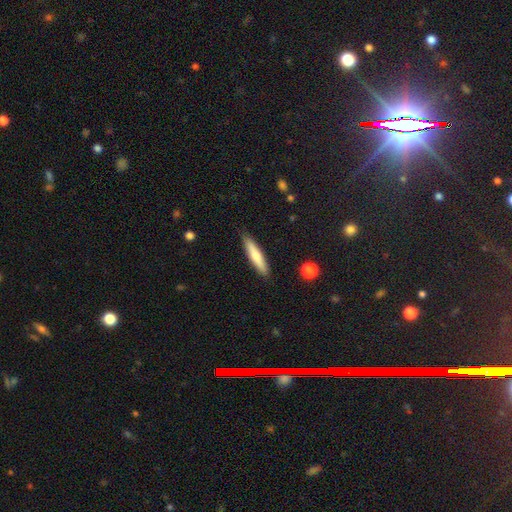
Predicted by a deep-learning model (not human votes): A smooth galaxy with no disk features (63%) that is cigar-shaped (85%).

Vote fractions:
- Smooth or featured? smooth: 63% / featured or disk: 31% / star or artifact: 6%
- How rounded? cigar-shaped: 85% / in between: 13% / round: 1%
- Merging? none: 87% / minor disturbance: 10% / major disturbance: 2% / merger: 1%